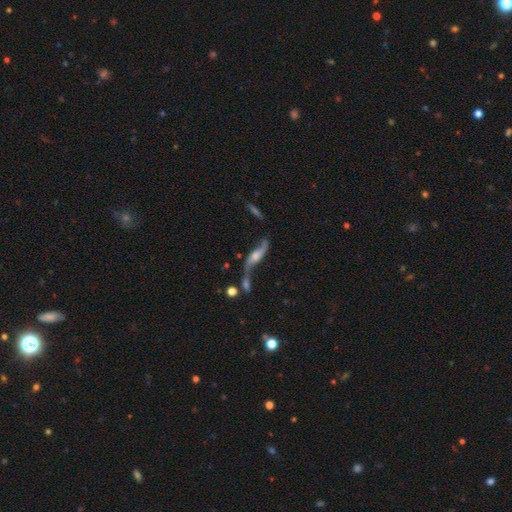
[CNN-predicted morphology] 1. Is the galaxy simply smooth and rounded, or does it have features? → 76% featured or disk, 16% smooth, 8% star or artifact.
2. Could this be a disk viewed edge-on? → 71% no, 29% yes.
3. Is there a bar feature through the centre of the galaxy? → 60% no, 29% weak, 11% strong.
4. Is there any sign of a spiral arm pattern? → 86% yes, 14% no.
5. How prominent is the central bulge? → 47% moderate, 26% small, 13% large, 11% none, 3% dominant.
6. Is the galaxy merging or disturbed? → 38% none, 32% merger, 16% minor disturbance, 14% major disturbance.